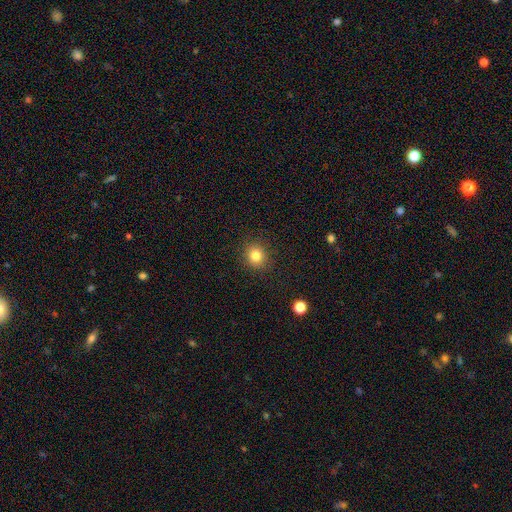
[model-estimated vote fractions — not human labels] A smooth galaxy with no disk features (82%) that is round (83%).

Vote fractions:
- Smooth or featured? smooth: 82% / star or artifact: 12% / featured or disk: 6%
- How rounded? round: 83% / in between: 16% / cigar-shaped: 1%
- Merging? none: 89% / minor disturbance: 7% / major disturbance: 2% / merger: 1%